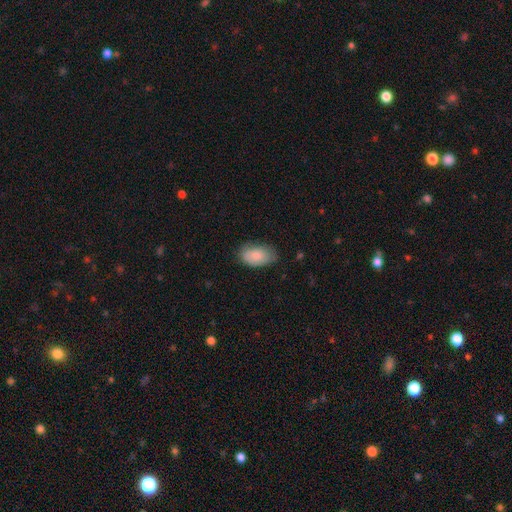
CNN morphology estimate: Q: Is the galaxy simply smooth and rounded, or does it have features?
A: smooth — 82%.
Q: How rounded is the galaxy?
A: in between — 93%.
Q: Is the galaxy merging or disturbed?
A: none — 66%.